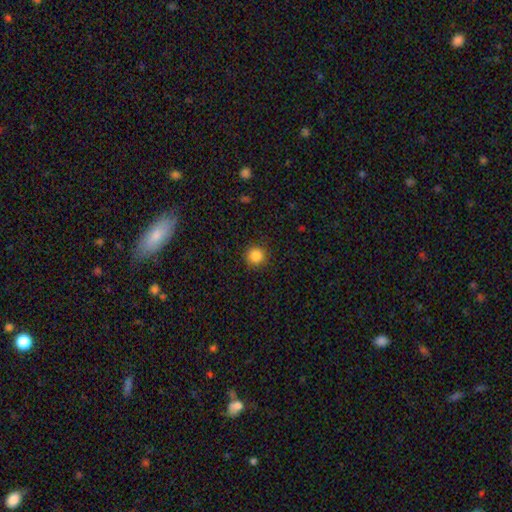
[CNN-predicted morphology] This appears to be a smooth galaxy with no disk features (85%) that is round (94%). Merging: none (91%).